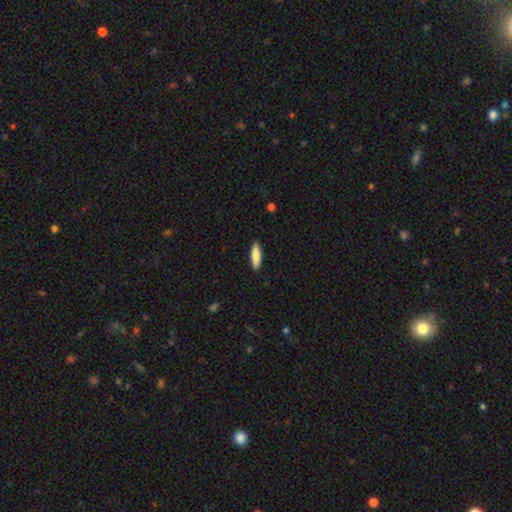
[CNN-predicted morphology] Smooth or featured?
  - smooth: 83% *
  - featured or disk: 12%
  - star or artifact: 6%
How rounded?
  - cigar-shaped: 67% *
  - in between: 31%
  - round: 2%
Merging?
  - none: 90% *
  - minor disturbance: 8%
  - major disturbance: 2%
  - merger: 1%